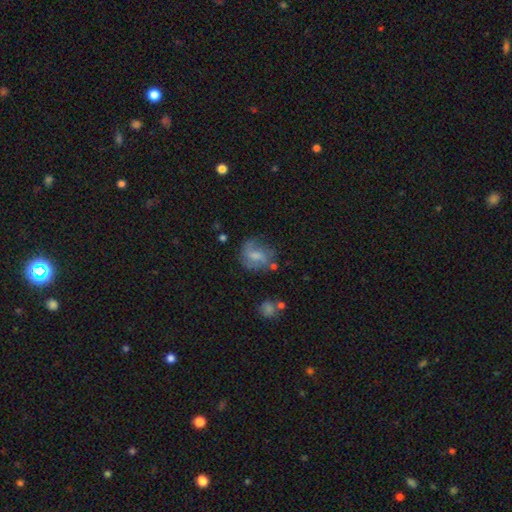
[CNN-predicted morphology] Overall: smooth (45%, tied with featured or disk). Merging: none (52%; minor disturbance 25%).